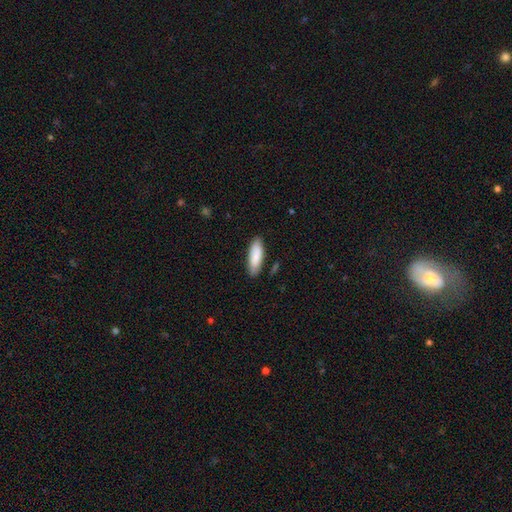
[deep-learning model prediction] This appears to be a smooth galaxy with no disk features (85%) that is in between round and cigar-shaped (59%). Merging: none (82%).